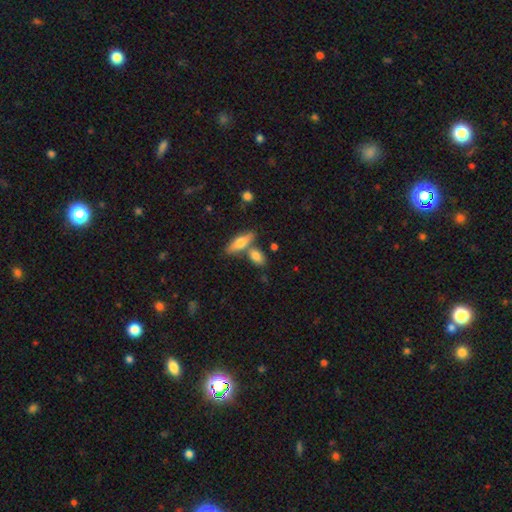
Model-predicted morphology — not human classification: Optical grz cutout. It shows a smooth galaxy with no disk features (79%) that is in between round and cigar-shaped (78%). Merging: none (55%).